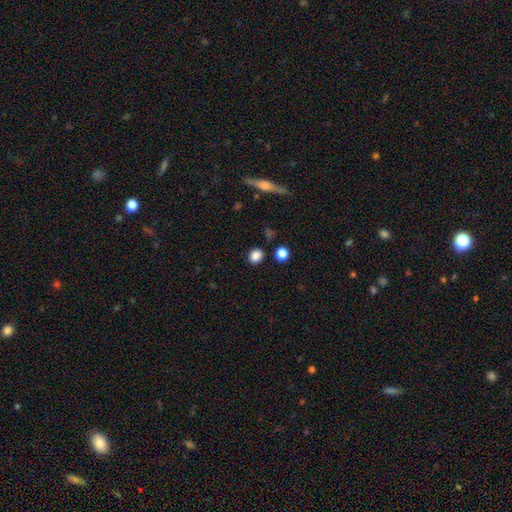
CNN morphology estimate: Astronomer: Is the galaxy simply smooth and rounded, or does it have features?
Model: smooth — 85%.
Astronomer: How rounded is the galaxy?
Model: round — 64%.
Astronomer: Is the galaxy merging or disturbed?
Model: none — 85%.